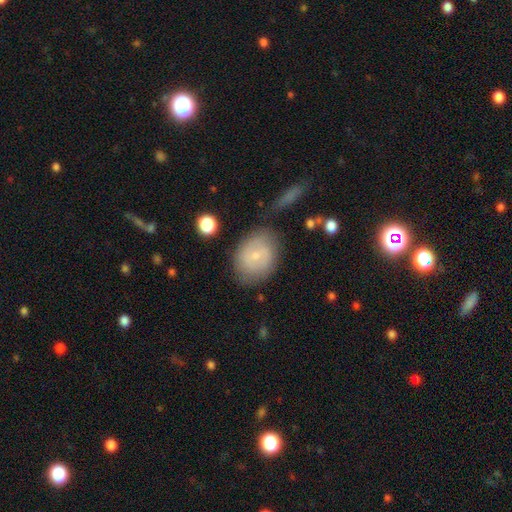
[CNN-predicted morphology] Overall: smooth (56%; featured or disk 36%). How rounded: in between (53%; round 45%). Merging: none (71%).